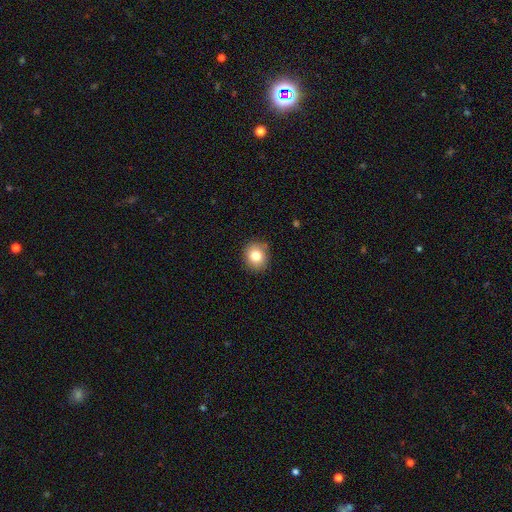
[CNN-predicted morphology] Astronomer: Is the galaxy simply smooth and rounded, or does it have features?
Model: smooth — 80%.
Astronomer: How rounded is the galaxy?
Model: round — 82%.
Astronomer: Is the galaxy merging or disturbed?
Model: none — 85%.